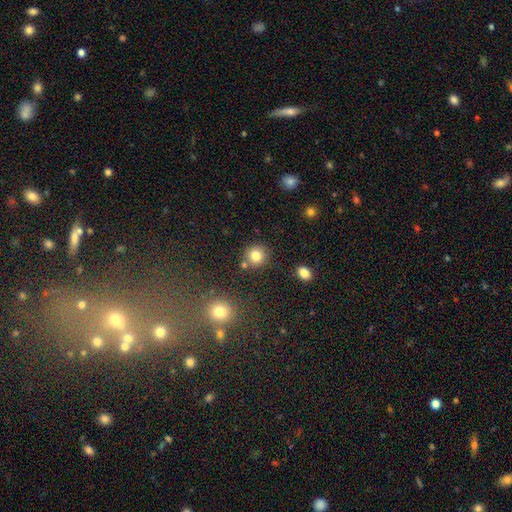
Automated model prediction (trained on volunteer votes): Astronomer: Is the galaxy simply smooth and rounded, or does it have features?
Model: smooth — 82%.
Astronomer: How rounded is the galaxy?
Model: round — 90%.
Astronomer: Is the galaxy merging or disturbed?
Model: none — 80%.